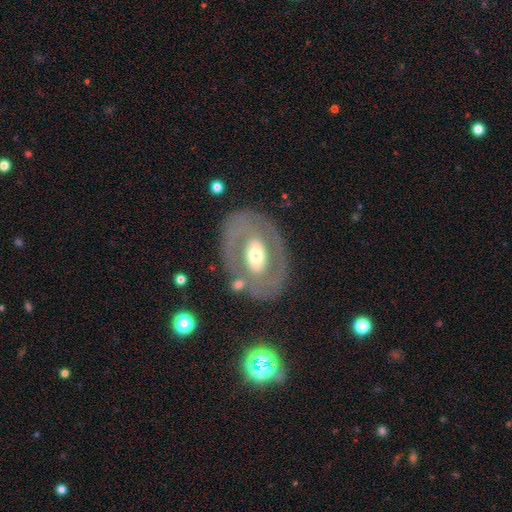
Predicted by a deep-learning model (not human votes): This is likely a featured or disk galaxy (66%). It is clearly not viewed edge-on (93%). Bar: likely no (64%). Spiral arm pattern: likely no (76%). Central bulge: likely moderate (64%). Merging: likely none (74%).